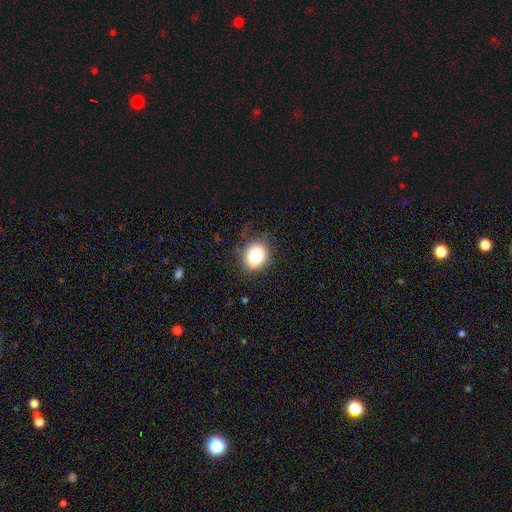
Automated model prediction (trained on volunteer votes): Morphology: type=smooth (82%); roundness=round (58%); merging=none (80%).